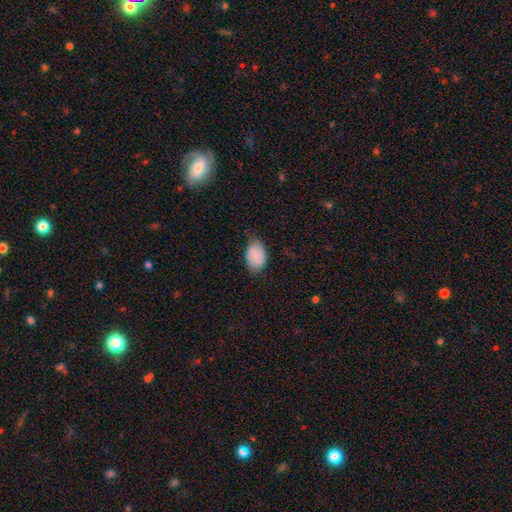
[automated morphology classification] Smooth or featured? smooth (88%)
How rounded? in between (87%)
Merging? none (58%)